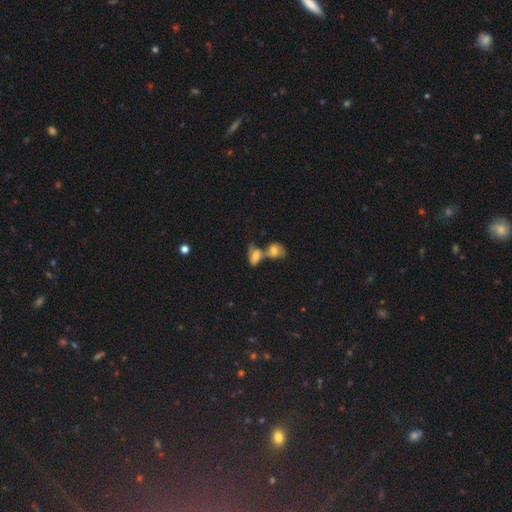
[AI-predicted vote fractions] Overall: smooth (70%). How rounded: in between (83%). Merging: merger (62%).